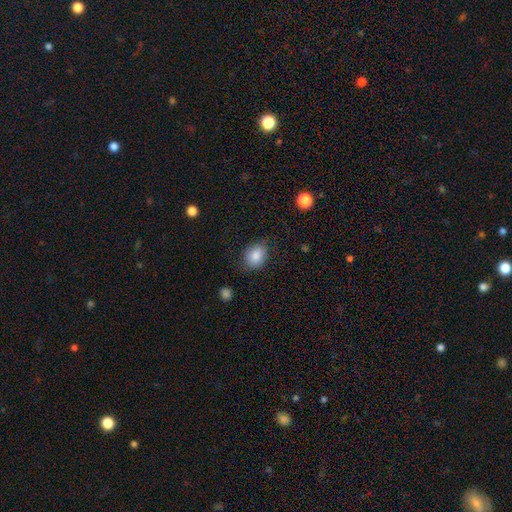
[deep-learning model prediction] This is clearly a smooth galaxy (85%). How rounded: possibly in between (52%). Merging: likely none (74%).